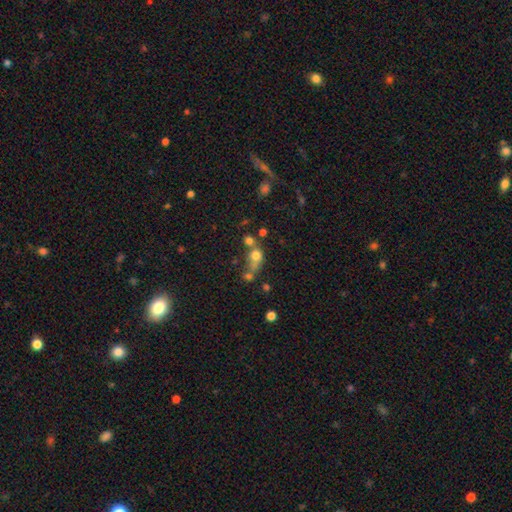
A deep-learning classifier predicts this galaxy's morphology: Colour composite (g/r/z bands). It shows a smooth galaxy with no disk features (69%) that is round (65%). Merging: merger (46%).